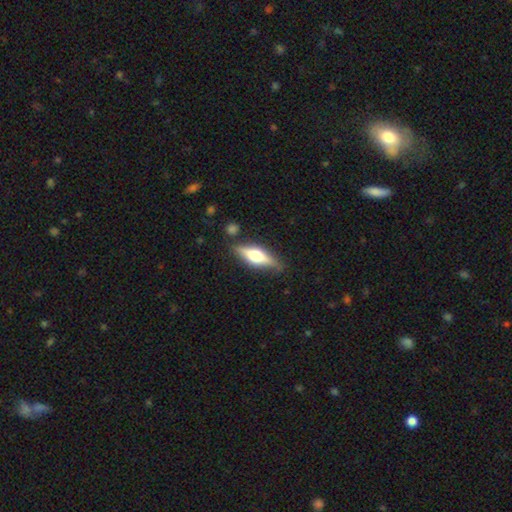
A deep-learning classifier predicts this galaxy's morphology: Smooth or featured? featured or disk (55%)
Edge-on disk? yes (92%)
Edge-on bulge? rounded (91%)
Merging? none (80%)